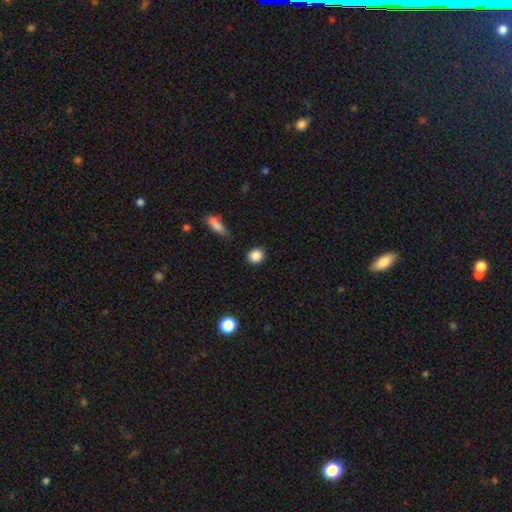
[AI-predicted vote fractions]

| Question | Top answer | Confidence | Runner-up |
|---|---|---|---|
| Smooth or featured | smooth | 87% | star or artifact (9%) |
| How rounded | round | 83% | in between (15%) |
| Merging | none | 86% | minor disturbance (9%) |